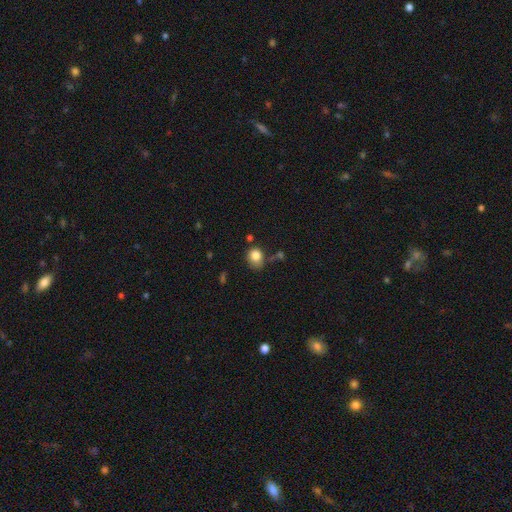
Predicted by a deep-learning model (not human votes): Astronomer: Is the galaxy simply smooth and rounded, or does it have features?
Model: smooth — 82%.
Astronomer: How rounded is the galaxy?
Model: round — 65%.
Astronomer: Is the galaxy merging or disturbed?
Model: none — 54%.